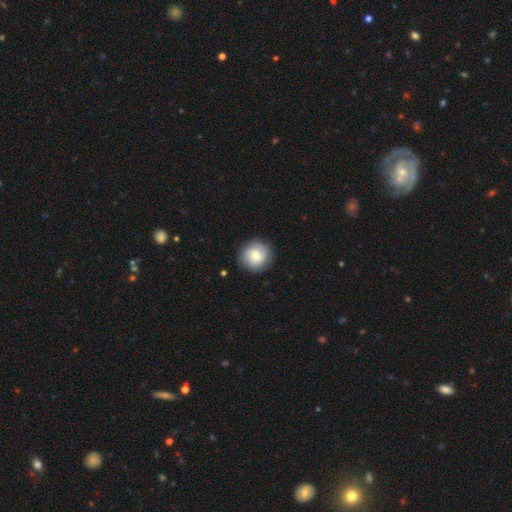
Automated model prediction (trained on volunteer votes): Smooth or featured: smooth — 63% (featured or disk — 30%)
How rounded: round — 93% (in between — 6%)
Merging: none — 87% (minor disturbance — 9%)